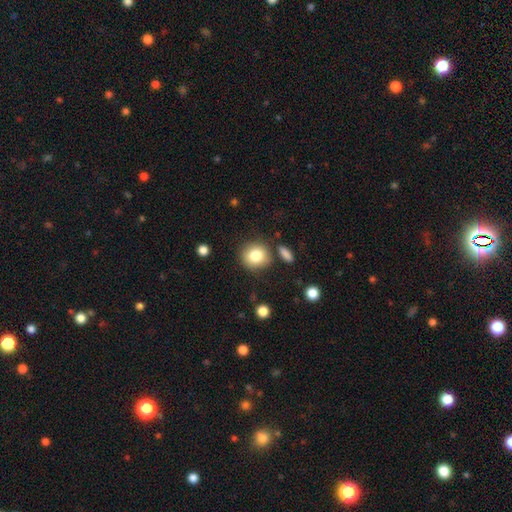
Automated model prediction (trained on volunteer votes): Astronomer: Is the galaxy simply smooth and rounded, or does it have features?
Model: smooth — 82%.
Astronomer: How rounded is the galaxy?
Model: round — 84%.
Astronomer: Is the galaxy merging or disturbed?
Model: none — 79%.